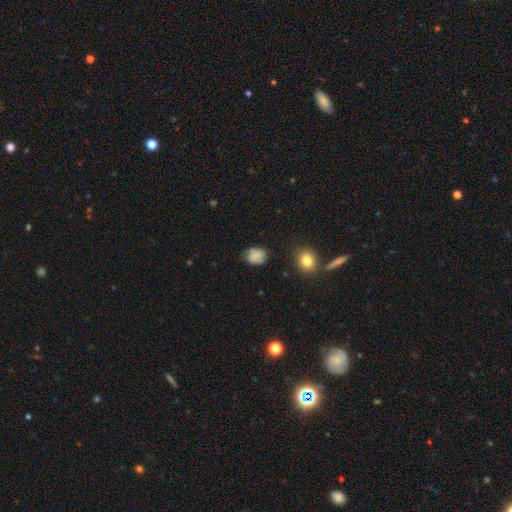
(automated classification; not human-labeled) Smooth or featured: smooth — 66% (featured or disk — 23%)
How rounded: in between — 63% (round — 36%)
Merging: none — 65% (minor disturbance — 25%)